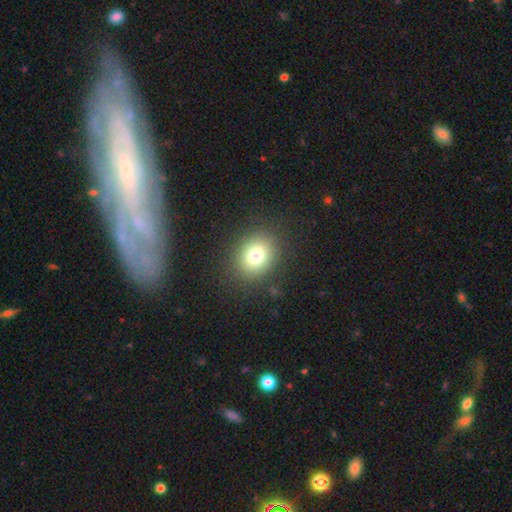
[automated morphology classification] type=smooth (77%); roundness=round (64%); merging=none (87%).